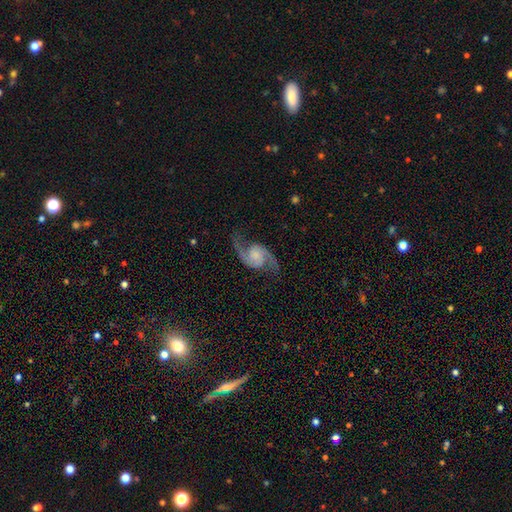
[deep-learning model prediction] A featured or disk galaxy (91%) with no bar (63%), 2 (95%) loose (51%) spiral arms (98%) and a small central bulge (34%).

Vote fractions:
- Smooth or featured? featured or disk: 91% / star or artifact: 5% / smooth: 4%
- Edge-on disk? no: 98% / yes: 2%
- Bar? no: 63% / weak: 30% / strong: 8%
- Spiral arms? yes: 98% / no: 2%
- Spiral winding? loose: 51% / medium: 41% / tight: 7%
- Spiral arm count? 2: 95% / can't tell: 1% / 1: 1% / 3: 1% / 4: 1% / more than 4: 1%
- Bulge size? small: 34% / none: 31% / moderate: 23% / large: 10% / dominant: 3%
- Merging? none: 80% / minor disturbance: 13% / major disturbance: 6% / merger: 2%